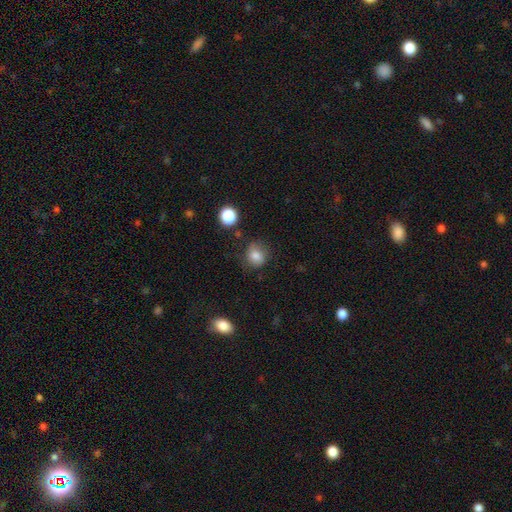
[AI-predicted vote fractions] Overall: smooth (82%). How rounded: round (72%). Merging: none (70%).